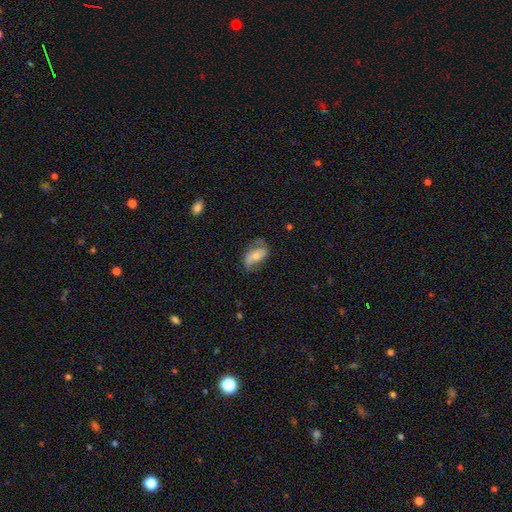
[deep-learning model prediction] The model was most divided on "smooth or featured": featured or disk: 52%, smooth: 41%, star or artifact: 7%. More confident: edge-on disk — no (94%); merging — none (61%).